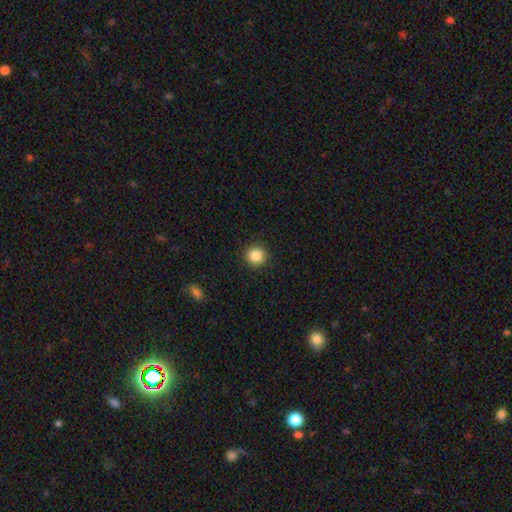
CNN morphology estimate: This is clearly a smooth galaxy (86%). How rounded: clearly round (94%). Merging: clearly none (92%).